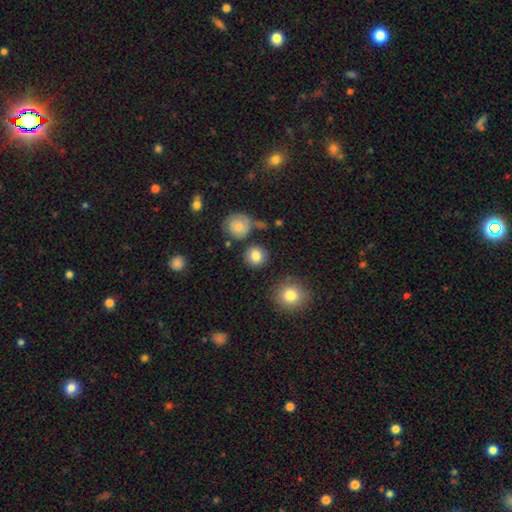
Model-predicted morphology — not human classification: This appears to be a smooth galaxy with no disk features (81%) that is round (90%). Merging: none (81%).